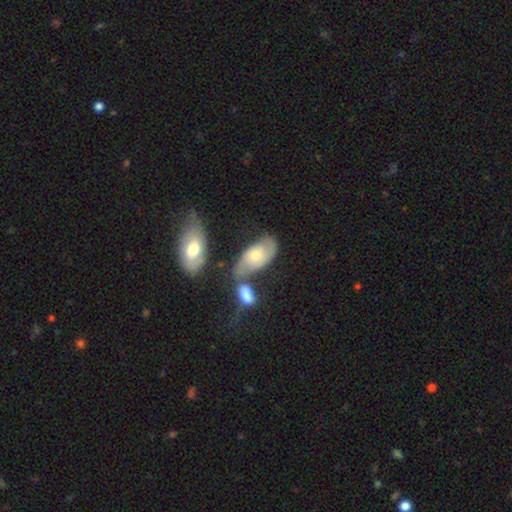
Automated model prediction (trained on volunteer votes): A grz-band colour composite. It shows a featured or disk galaxy (53%). Merging: merger (35%, tied with none).